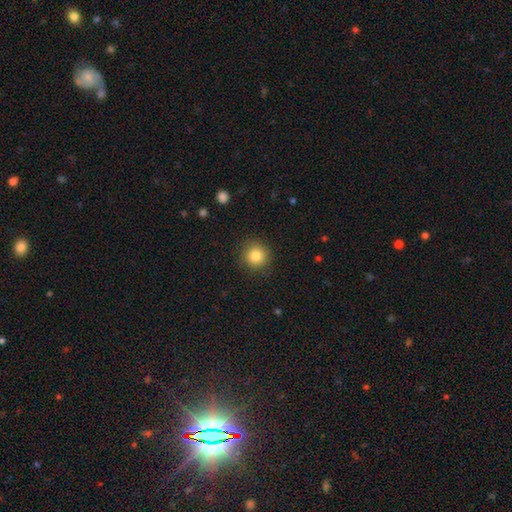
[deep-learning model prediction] A smooth galaxy with no disk features (84%) that is round (93%).

Vote fractions:
- Smooth or featured? smooth: 84% / star or artifact: 10% / featured or disk: 6%
- How rounded? round: 93% / in between: 6% / cigar-shaped: 1%
- Merging? none: 89% / minor disturbance: 8% / major disturbance: 3% / merger: 1%